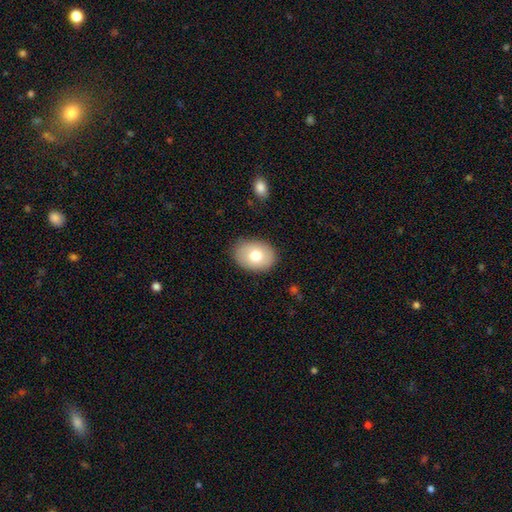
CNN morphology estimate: Q: Smooth or featured?
A: smooth (73%); runner-up: featured or disk (19%)
Q: How rounded?
A: in between (68%); runner-up: round (31%)
Q: Merging?
A: none (85%); runner-up: minor disturbance (11%)